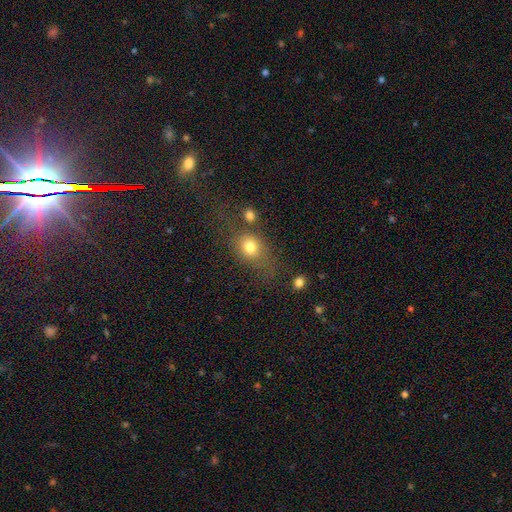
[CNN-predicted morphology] type=star or artifact (56%).